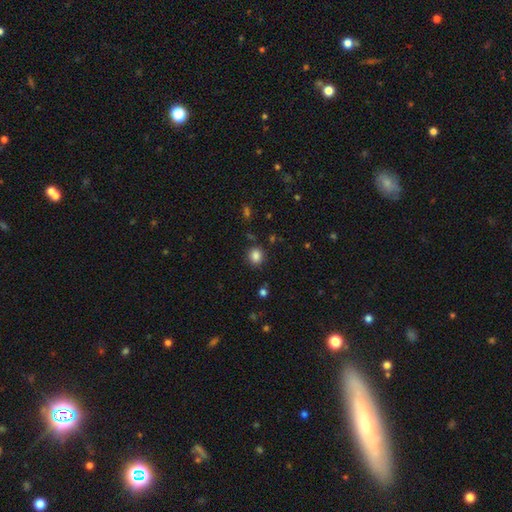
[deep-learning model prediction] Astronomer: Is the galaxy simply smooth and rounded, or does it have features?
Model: smooth — 85%.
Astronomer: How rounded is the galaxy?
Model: round — 77%.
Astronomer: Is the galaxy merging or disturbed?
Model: none — 86%.